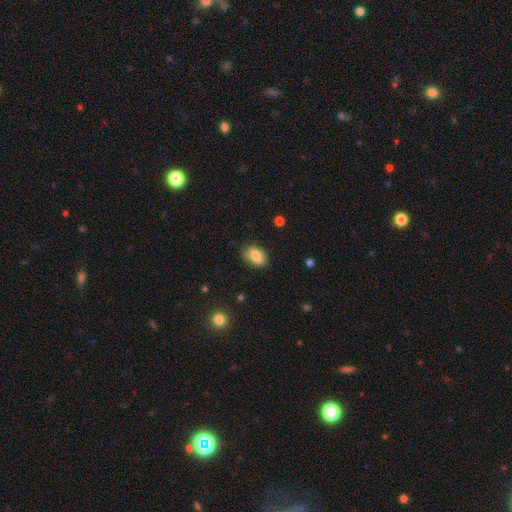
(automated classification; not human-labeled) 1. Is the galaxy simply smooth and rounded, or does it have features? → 82% smooth, 11% featured or disk, 7% star or artifact.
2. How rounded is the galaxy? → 90% in between, 8% round, 3% cigar-shaped.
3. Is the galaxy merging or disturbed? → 80% none, 16% minor disturbance, 3% major disturbance, 1% merger.